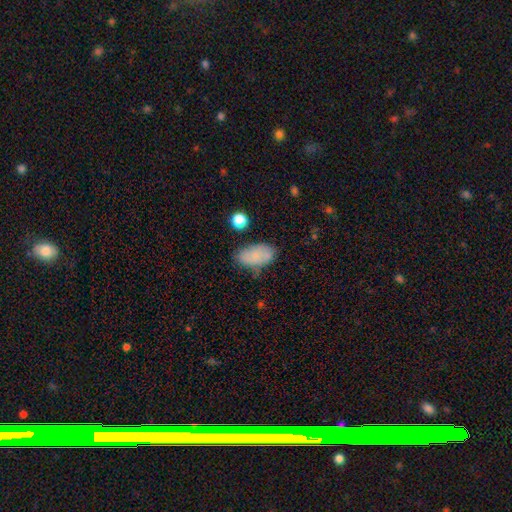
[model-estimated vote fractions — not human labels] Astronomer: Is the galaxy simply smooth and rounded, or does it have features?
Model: smooth — 80%.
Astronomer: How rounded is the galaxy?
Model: in between — 93%.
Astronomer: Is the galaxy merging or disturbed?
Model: none — 64%.